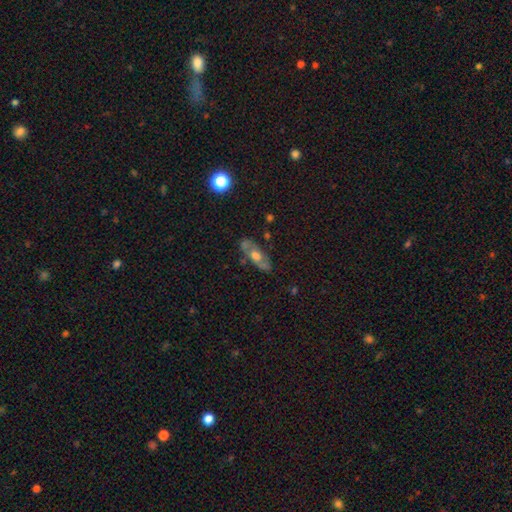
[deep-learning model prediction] Overall: featured or disk (57%; smooth 35%). Edge-on disk: no (73%). Merging: none (77%).